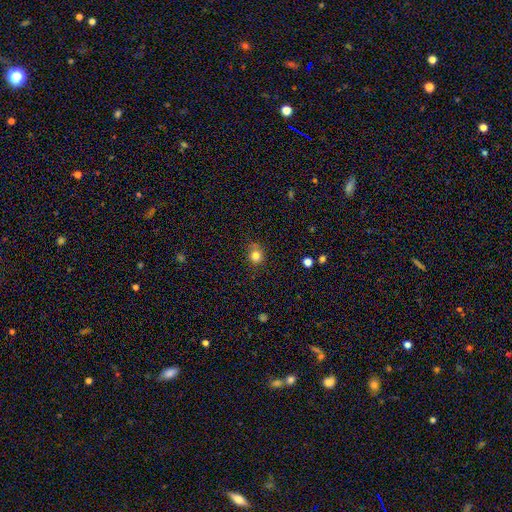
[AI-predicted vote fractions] The model was most divided on "merging": none: 74%, minor disturbance: 19%, major disturbance: 5%, merger: 2%. More confident: how rounded — round (82%); smooth or featured — smooth (81%).